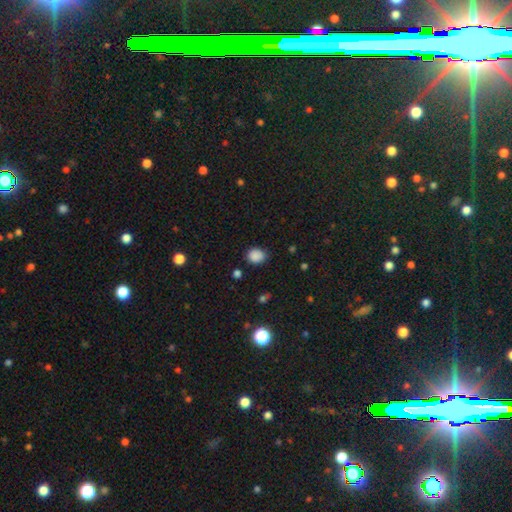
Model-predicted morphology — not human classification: This is clearly a smooth galaxy (86%). How rounded: possibly round (56%). Merging: likely none (77%).